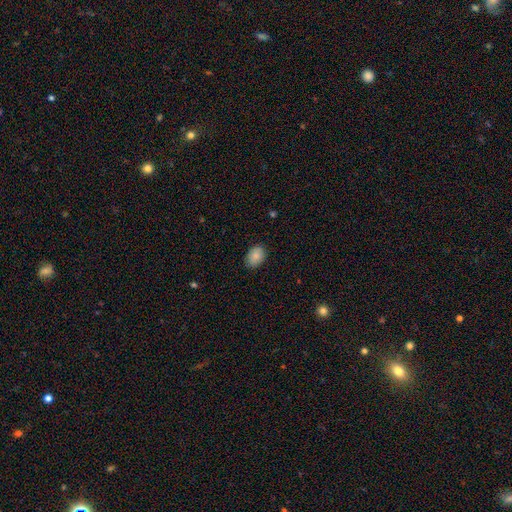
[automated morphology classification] A smooth galaxy with no disk features (87%) that is in between round and cigar-shaped (77%).

Vote fractions:
- Smooth or featured? smooth: 87% / star or artifact: 7% / featured or disk: 6%
- How rounded? in between: 77% / round: 22% / cigar-shaped: 1%
- Merging? none: 85% / minor disturbance: 12% / major disturbance: 2% / merger: 1%